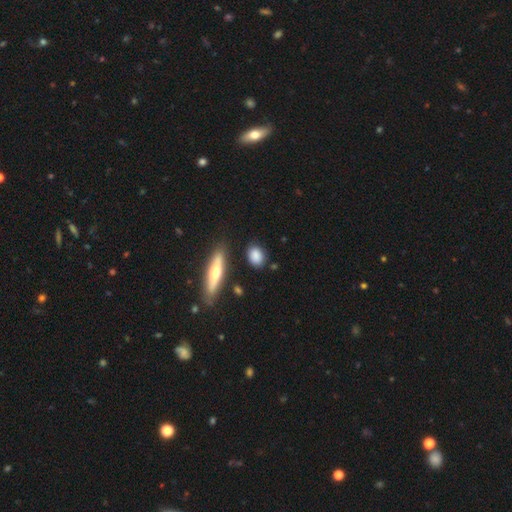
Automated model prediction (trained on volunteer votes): Smooth or featured? Predicted: smooth (p=0.84). How rounded? Predicted: in between (p=0.61). Merging? Predicted: none (p=0.81).